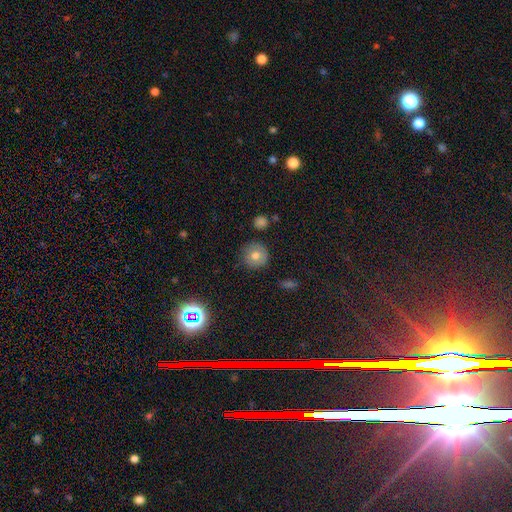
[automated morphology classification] smooth 73%, featured or disk 16%, star or artifact 11%. Down the decision tree: how rounded — round (92%); merging — none (80%).